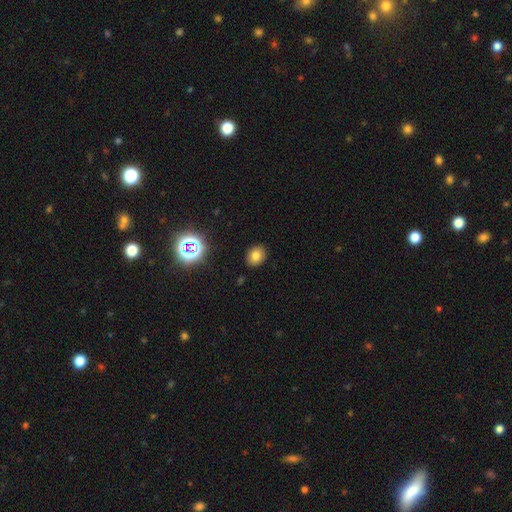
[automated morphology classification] Overall: smooth (75%). How rounded: in between (52%; round 47%). Merging: none (89%).